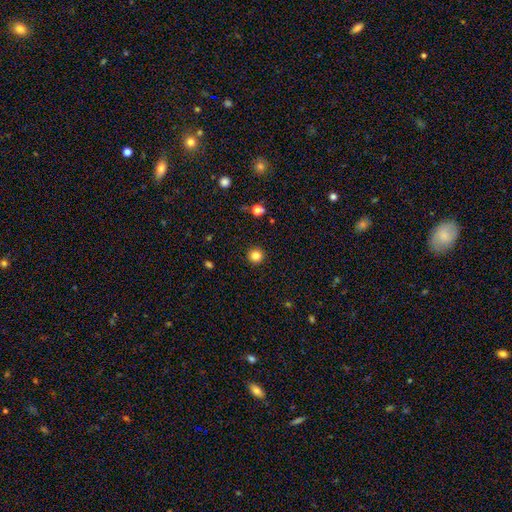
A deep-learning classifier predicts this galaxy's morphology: smooth 83%, star or artifact 12%, featured or disk 4%. Down the decision tree: how rounded — round (96%); merging — none (93%).